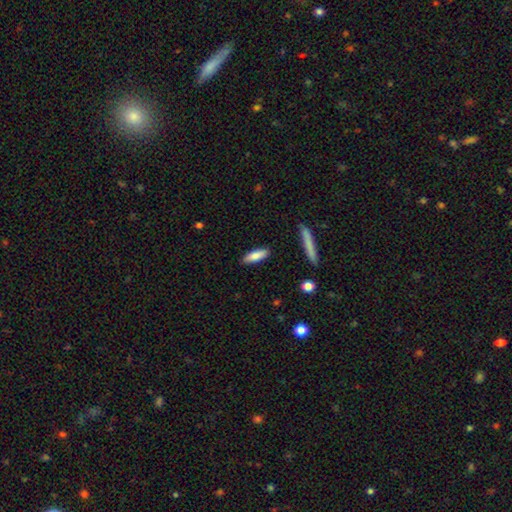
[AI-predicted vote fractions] Smooth or featured? Predicted: smooth (p=0.82). How rounded? Predicted: in between (p=0.51). Merging? Predicted: none (p=0.87).